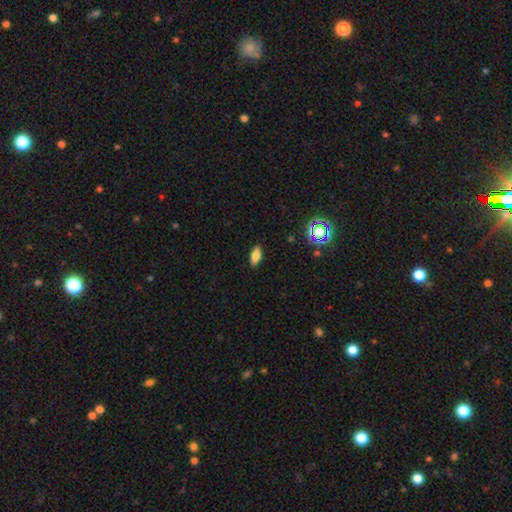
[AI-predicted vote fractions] A smooth galaxy with no disk features (76%) that is in between round and cigar-shaped (82%).

Vote fractions:
- Smooth or featured? smooth: 76% / featured or disk: 13% / star or artifact: 11%
- How rounded? in between: 82% / cigar-shaped: 15% / round: 3%
- Merging? none: 89% / minor disturbance: 8% / major disturbance: 2% / merger: 1%